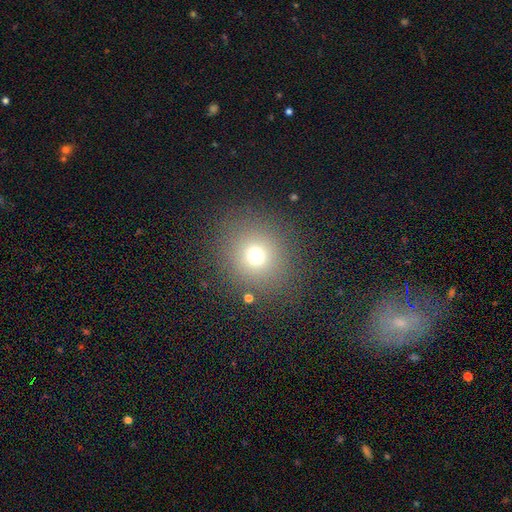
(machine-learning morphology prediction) This appears to be a smooth galaxy with no disk features (70%) that is round (87%). Merging: none (86%).